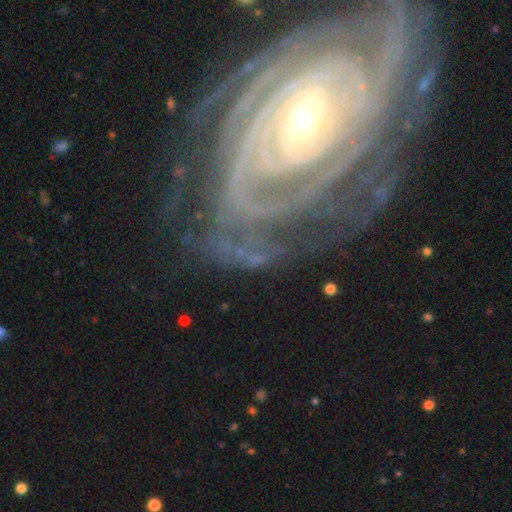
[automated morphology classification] smooth_or_featured: featured or disk (p=0.73) [alt: star or artifact p=0.14]
disk_edge_on: no (p=0.93) [alt: yes p=0.07]
bar: strong (p=0.36) [alt: no p=0.33]
has_spiral_arms: yes (p=0.89) [alt: no p=0.11]
spiral_winding: tight (p=0.62) [alt: medium p=0.29]
spiral_arm_count: 2 (p=0.34) [alt: can't tell p=0.24]
bulge_size: small (p=0.50) [alt: moderate p=0.32]
merging: none (p=0.68) [alt: minor disturbance p=0.16]